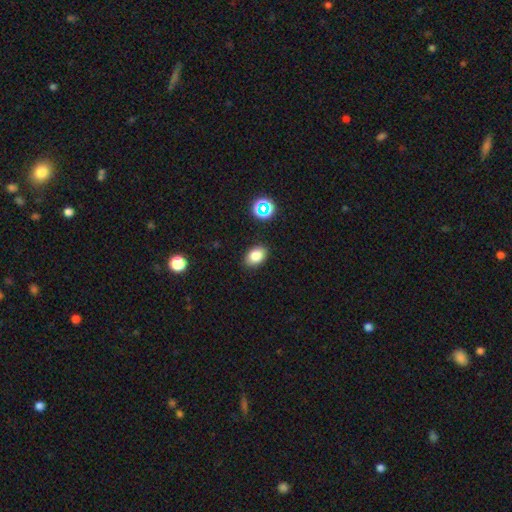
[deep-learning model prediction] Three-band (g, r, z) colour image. It shows a smooth galaxy with no disk features (81%) that is in between round and cigar-shaped (81%). Merging: none (86%).